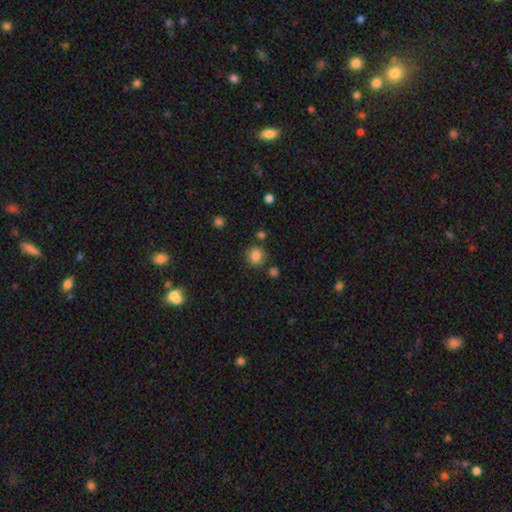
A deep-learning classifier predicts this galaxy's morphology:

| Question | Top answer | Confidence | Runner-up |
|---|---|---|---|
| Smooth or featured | smooth | 85% | star or artifact (11%) |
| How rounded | round | 88% | in between (11%) |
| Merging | none | 79% | minor disturbance (11%) |